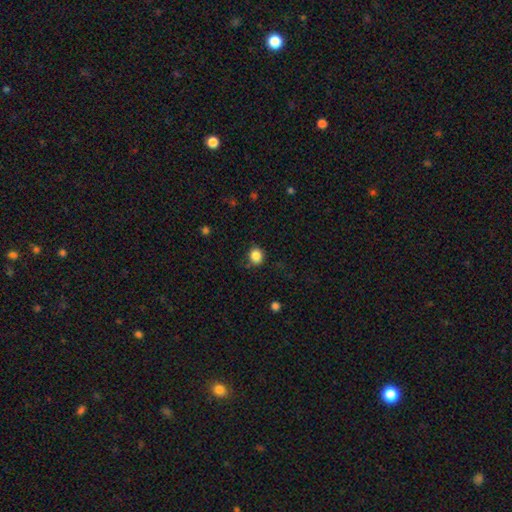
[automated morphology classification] Smooth or featured? Predicted: smooth (p=0.85). How rounded? Predicted: round (p=0.78). Merging? Predicted: none (p=0.82).